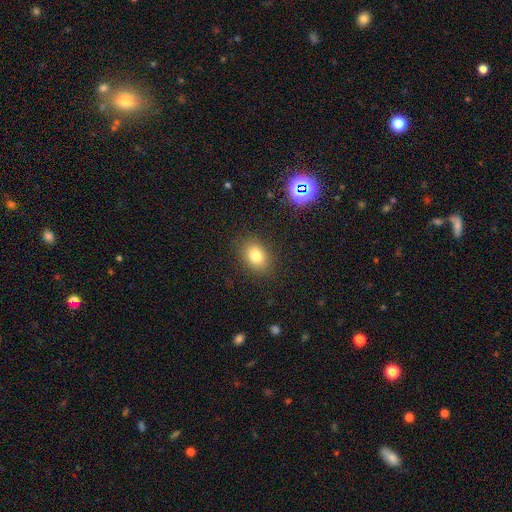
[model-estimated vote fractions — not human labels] smooth_or_featured: smooth (p=0.79) [alt: star or artifact p=0.12]
how_rounded: in between (p=0.65) [alt: round p=0.33]
merging: none (p=0.87) [alt: minor disturbance p=0.09]